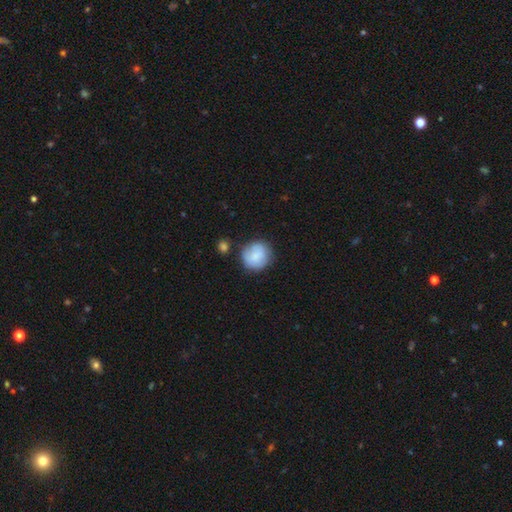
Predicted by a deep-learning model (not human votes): Morphology: type=smooth (80%); roundness=round (89%); merging=none (69%).